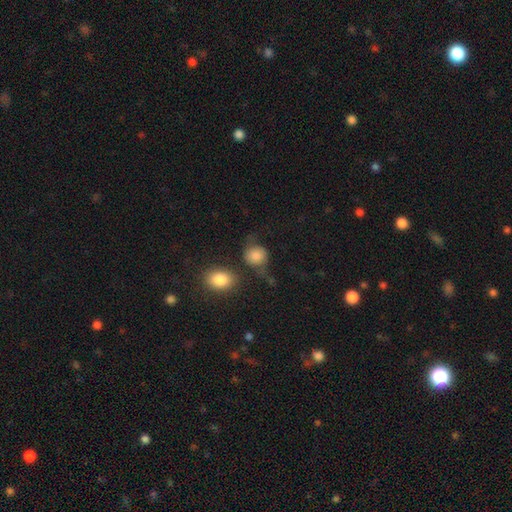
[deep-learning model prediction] Smooth or featured? smooth (79%)
How rounded? round (80%)
Merging? none (50%)